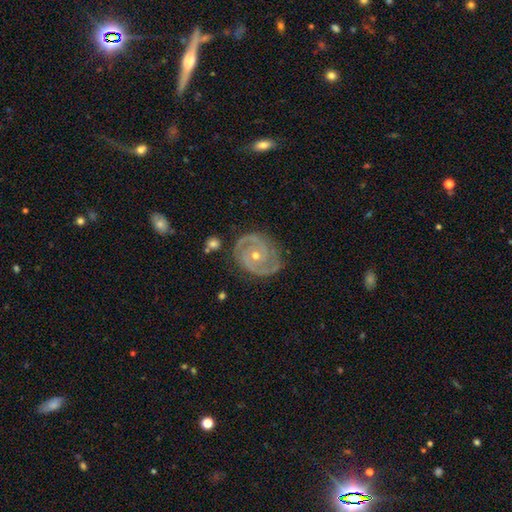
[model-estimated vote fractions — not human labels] Smooth or featured? featured or disk (91%)
Edge-on disk? no (98%)
Bar? no (73%)
Spiral arms? yes (98%)
Spiral winding? tight (65%)
Spiral arm count? 2 (85%)
Bulge size? small (55%)
Merging? none (80%)